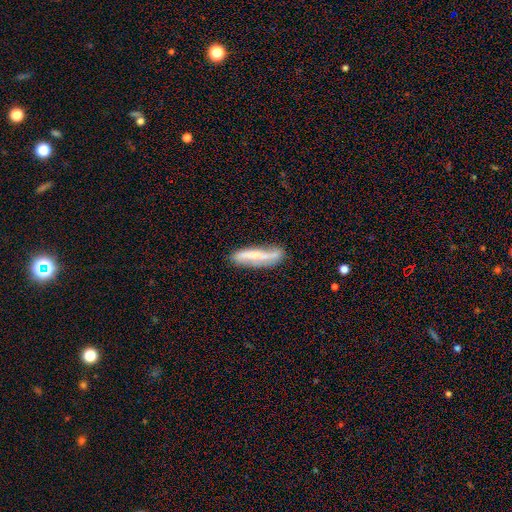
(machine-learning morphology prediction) Overall: smooth (47%; featured or disk 45%). Merging: none (65%).